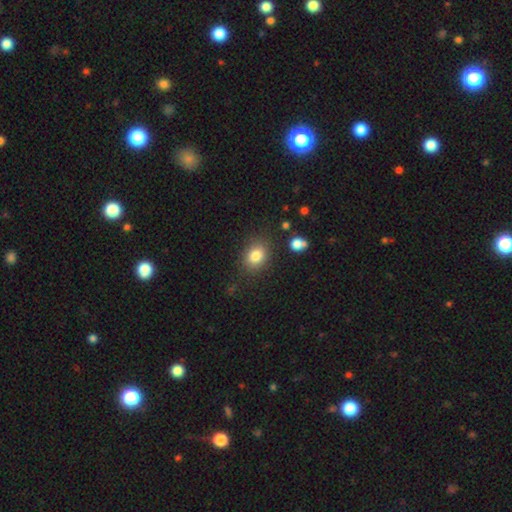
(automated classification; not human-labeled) This appears to be a smooth galaxy with no disk features (82%) that is in between round and cigar-shaped (55%). Merging: none (81%).